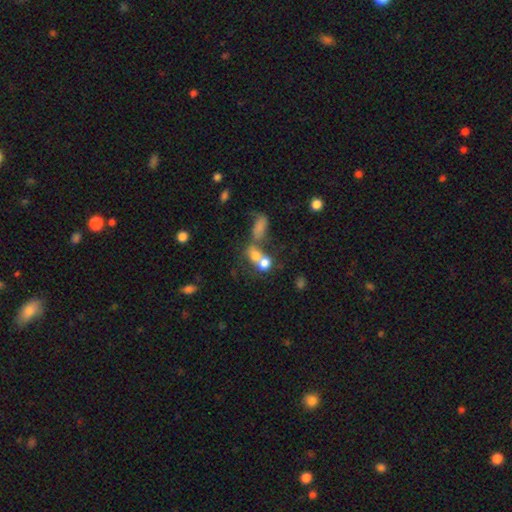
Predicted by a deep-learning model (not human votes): Overall: smooth (68%). How rounded: round (51%; in between 46%). Merging: merger (58%; none 25%).